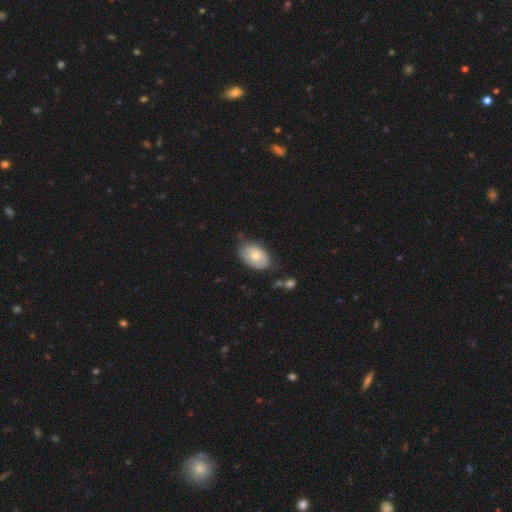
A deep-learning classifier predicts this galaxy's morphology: smooth-or-featured: smooth: 70% | featured or disk: 24% | star or artifact: 6%
  how-rounded: in between: 89% | round: 10% | cigar-shaped: 1%
  merging: none: 64% | minor disturbance: 27% | major disturbance: 6% | merger: 3%